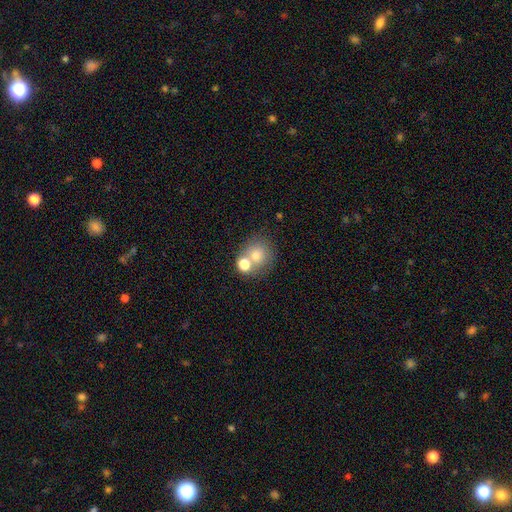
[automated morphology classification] Smooth or featured?
  - smooth: 73% *
  - featured or disk: 15%
  - star or artifact: 12%
How rounded?
  - round: 81% *
  - in between: 19%
  - cigar-shaped: 1%
Merging?
  - none: 49% *
  - merger: 39%
  - minor disturbance: 9%
  - major disturbance: 4%